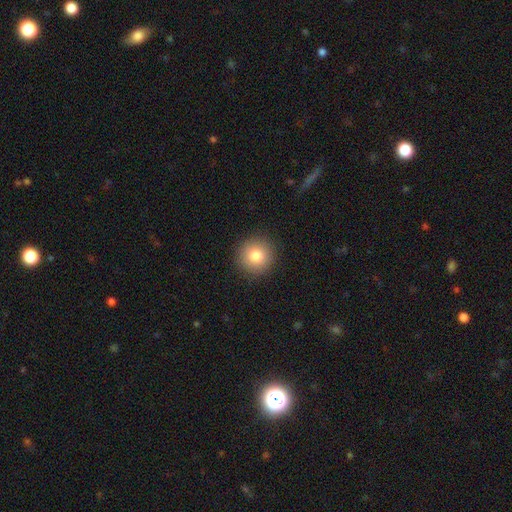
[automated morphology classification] Smooth or featured? smooth (81%)
How rounded? round (94%)
Merging? none (91%)